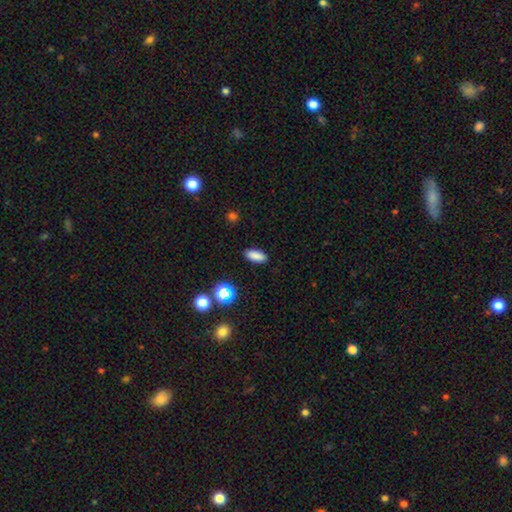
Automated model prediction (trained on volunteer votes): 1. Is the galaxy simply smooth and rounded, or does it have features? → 84% smooth, 11% star or artifact, 5% featured or disk.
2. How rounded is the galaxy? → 76% in between, 20% cigar-shaped, 4% round.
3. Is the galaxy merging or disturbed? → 89% none, 7% minor disturbance, 2% major disturbance, 1% merger.